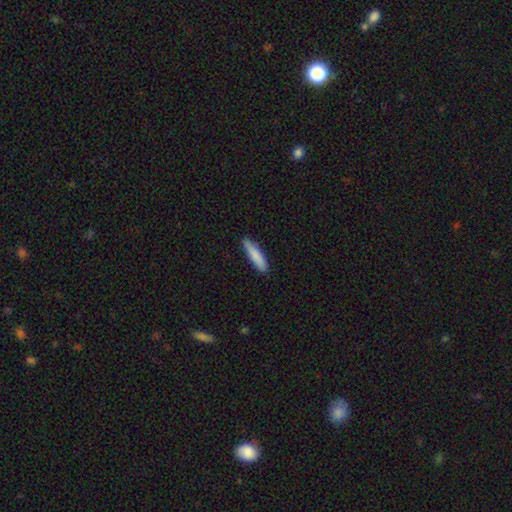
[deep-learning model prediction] Smooth or featured: smooth — 84% (featured or disk — 11%)
How rounded: cigar-shaped — 82% (in between — 16%)
Merging: none — 84% (minor disturbance — 13%)